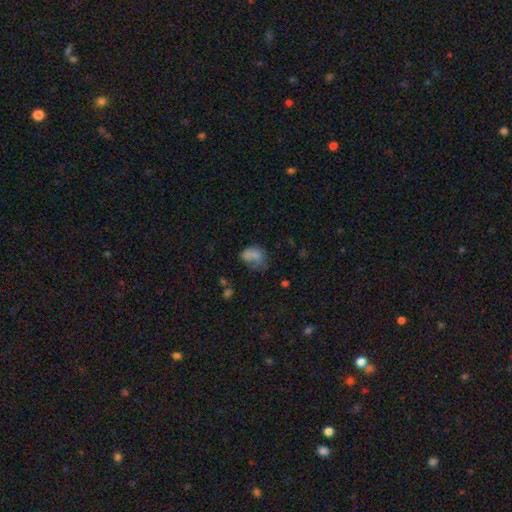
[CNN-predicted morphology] smooth_or_featured: smooth (p=0.67) [alt: featured or disk p=0.18]
how_rounded: in between (p=0.70) [alt: round p=0.28]
merging: none (p=0.31) [alt: major disturbance p=0.25]